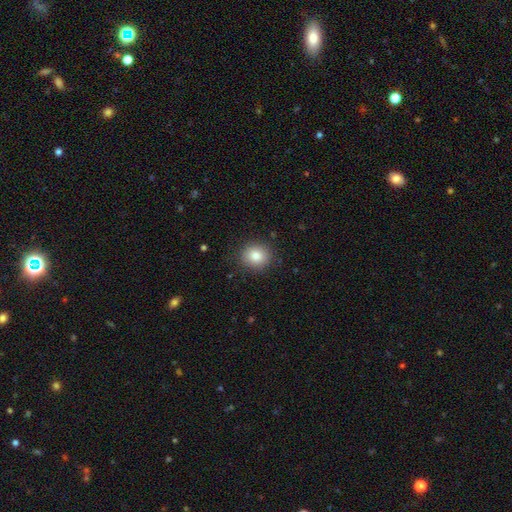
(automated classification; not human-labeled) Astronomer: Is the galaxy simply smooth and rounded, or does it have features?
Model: smooth — 84%.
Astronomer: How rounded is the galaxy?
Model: round — 81%.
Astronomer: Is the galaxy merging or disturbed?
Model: none — 88%.